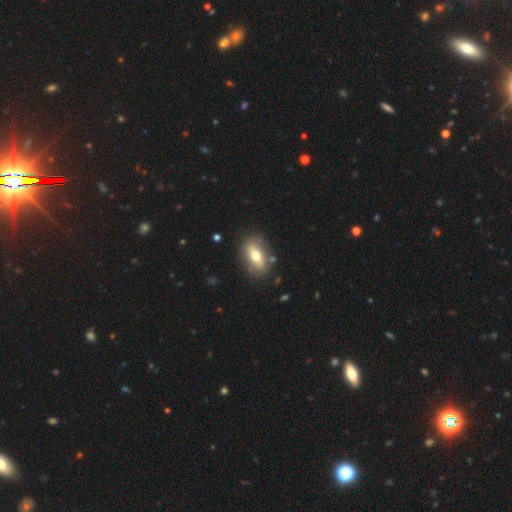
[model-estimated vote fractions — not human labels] smooth_or_featured: smooth (p=0.55) [alt: featured or disk p=0.38]
how_rounded: in between (p=0.83) [alt: round p=0.09]
merging: none (p=0.81) [alt: minor disturbance p=0.12]